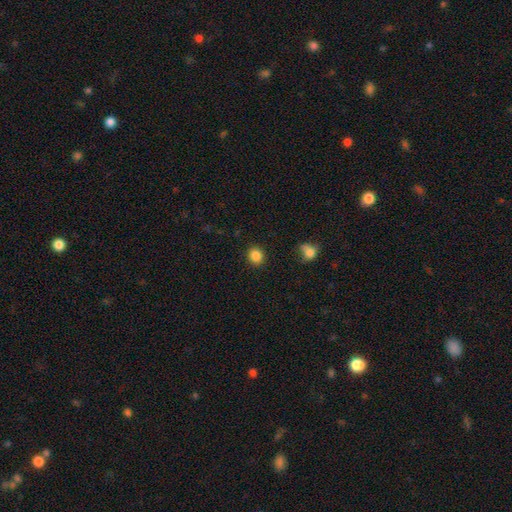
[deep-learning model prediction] The model was most divided on "how rounded": round: 80%, in between: 19%, cigar-shaped: 1%. More confident: merging — none (89%); smooth or featured — smooth (86%).